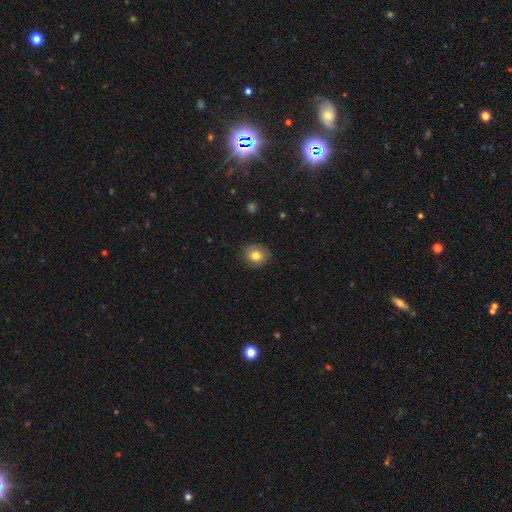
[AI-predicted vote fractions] smooth 80%, star or artifact 10%, featured or disk 9%. Down the decision tree: how rounded — round (73%); merging — none (86%).